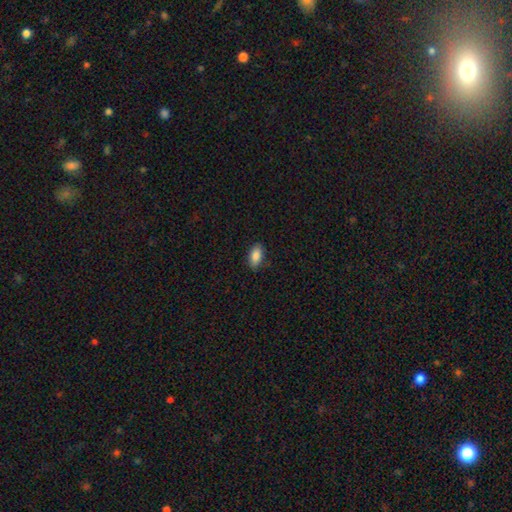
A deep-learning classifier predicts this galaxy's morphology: The model was most divided on "merging": none: 85%, minor disturbance: 12%, major disturbance: 2%, merger: 1%. More confident: how rounded — in between (90%); smooth or featured — smooth (87%).